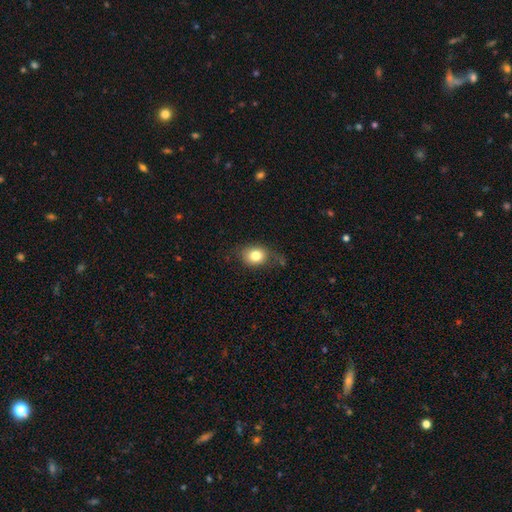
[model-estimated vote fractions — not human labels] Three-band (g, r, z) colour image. It shows a smooth galaxy with no disk features (80%) that is in between round and cigar-shaped (50%). Merging: none (63%).